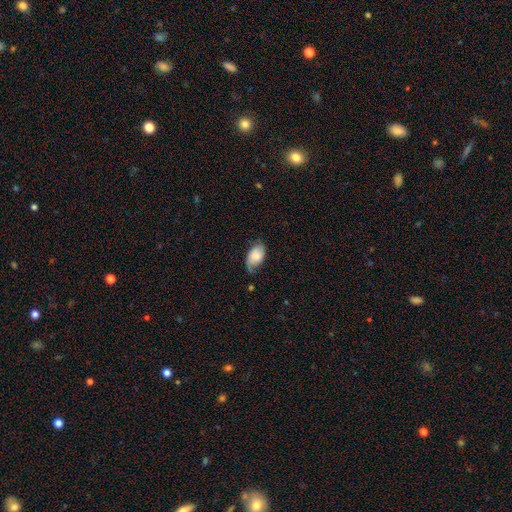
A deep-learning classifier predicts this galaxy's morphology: smooth_or_featured: smooth (p=0.53) [alt: featured or disk p=0.39]
how_rounded: in between (p=0.91) [alt: round p=0.07]
merging: none (p=0.55) [alt: minor disturbance p=0.31]